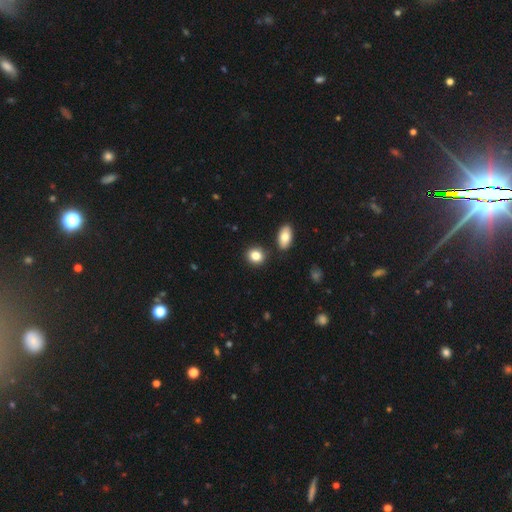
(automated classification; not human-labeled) Q: Smooth or featured?
A: smooth (84%); runner-up: star or artifact (9%)
Q: How rounded?
A: round (59%); runner-up: in between (40%)
Q: Merging?
A: none (83%); runner-up: minor disturbance (8%)